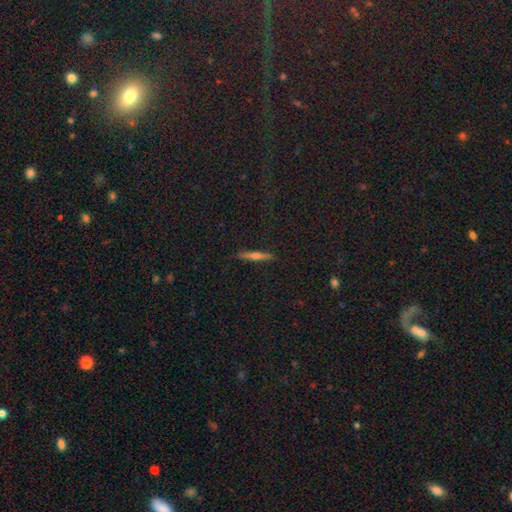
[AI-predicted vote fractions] featured or disk 53%, smooth 38%, star or artifact 9%. Down the decision tree: edge-on disk — yes (97%); edge-on bulge — rounded (75%); merging — none (90%).